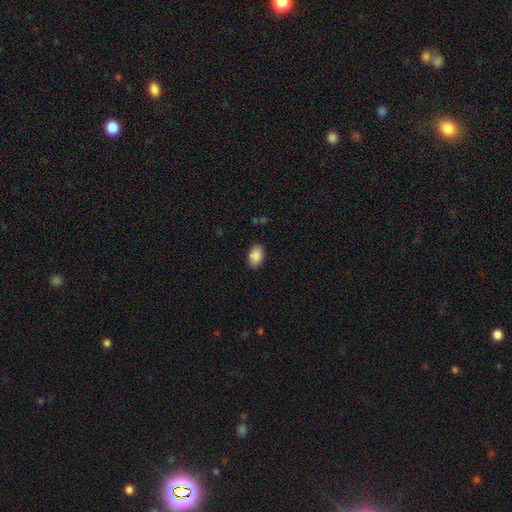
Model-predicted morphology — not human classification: smooth 89%, star or artifact 7%, featured or disk 4%. Down the decision tree: how rounded — in between (92%); merging — none (88%).